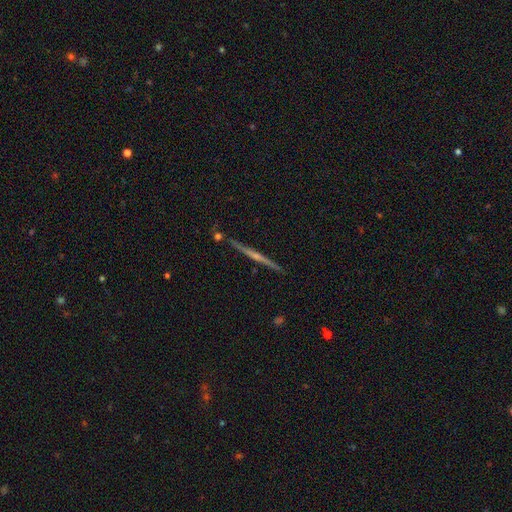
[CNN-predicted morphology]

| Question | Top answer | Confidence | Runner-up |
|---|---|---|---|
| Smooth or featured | featured or disk | 79% | smooth (14%) |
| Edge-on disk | yes | 98% | no (2%) |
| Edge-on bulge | rounded | 65% | none (28%) |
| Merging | none | 89% | minor disturbance (7%) |